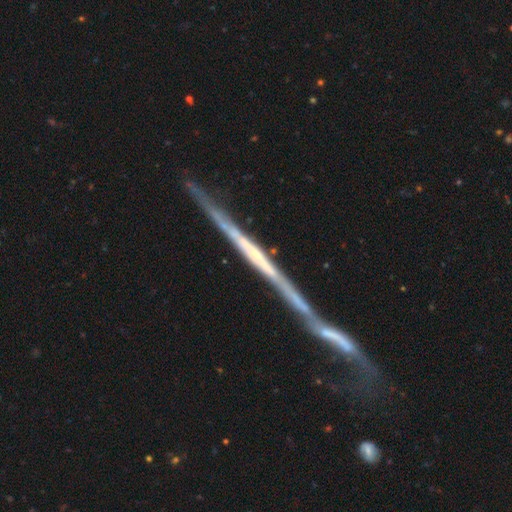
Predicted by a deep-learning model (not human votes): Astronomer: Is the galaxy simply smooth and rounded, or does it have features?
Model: featured or disk — 82%.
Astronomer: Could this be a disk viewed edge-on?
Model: yes — 92%.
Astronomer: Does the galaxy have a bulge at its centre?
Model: none — 68%.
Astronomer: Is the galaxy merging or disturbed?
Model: none — 38%, tied with merger at 38%.